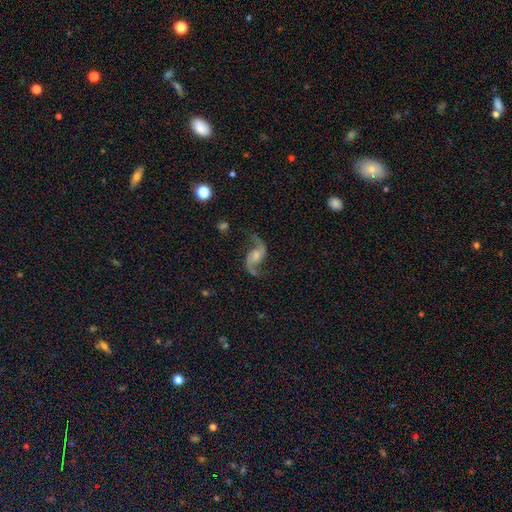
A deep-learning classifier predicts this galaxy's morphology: Smooth or featured? featured or disk (89%)
Edge-on disk? no (97%)
Bar? no (52%)
Spiral arms? yes (97%)
Spiral winding? loose (75%)
Spiral arm count? 2 (94%)
Bulge size? moderate (43%)
Merging? none (77%)